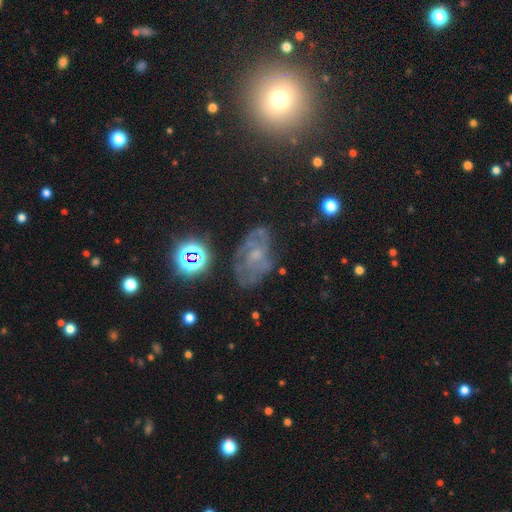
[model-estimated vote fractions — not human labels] Smooth or featured? featured or disk (56%)
Edge-on disk? no (95%)
Bar? no (69%)
Spiral arms? yes (65%)
Bulge size? small (52%)
Merging? none (60%)